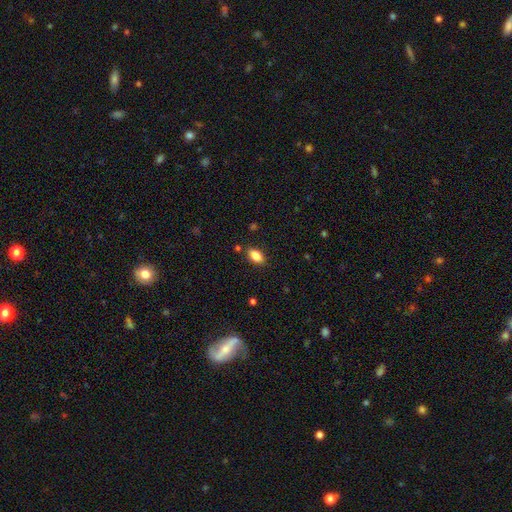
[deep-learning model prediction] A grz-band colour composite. It shows a smooth galaxy with no disk features (85%) that is in between round and cigar-shaped (91%). Merging: none (85%).